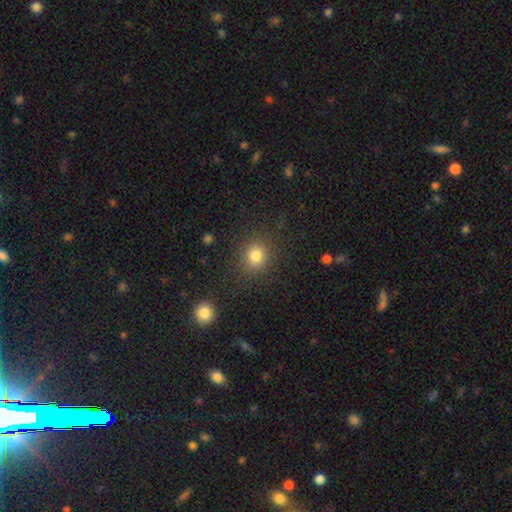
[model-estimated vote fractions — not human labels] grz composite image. It shows a smooth galaxy with no disk features (81%) that is round (84%). Merging: none (86%).